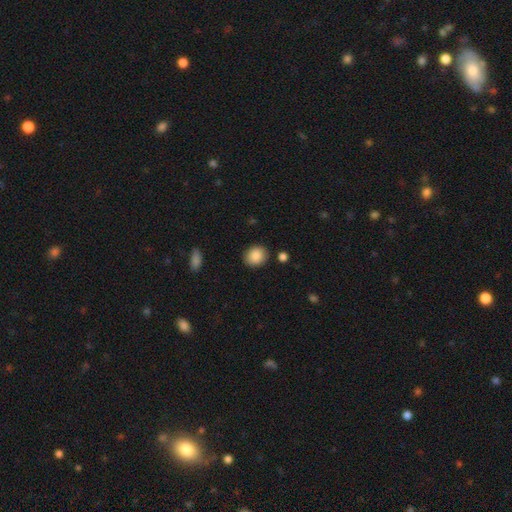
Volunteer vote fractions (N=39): A smooth galaxy with no disk features (95%) that is round (62%).

Vote fractions:
- Smooth or featured? smooth: 95% / featured or disk: 3% / star or artifact: 3%
- How rounded? round: 62% / in between: 38% / cigar-shaped: 0%
- Merging? none: 87% / merger: 8% / minor disturbance: 3% / major disturbance: 3%